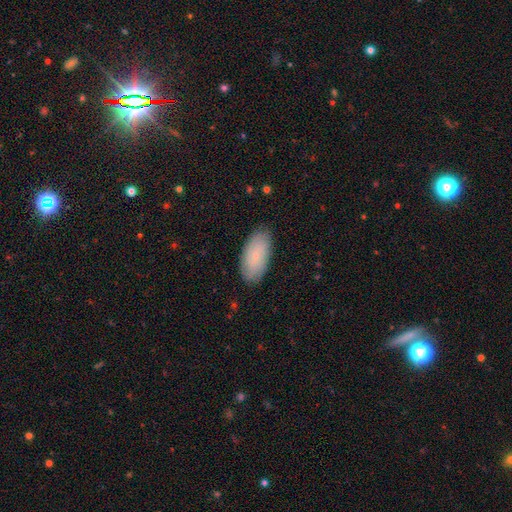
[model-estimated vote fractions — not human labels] Morphology: type=smooth (64%); roundness=in between (92%); merging=none (84%).